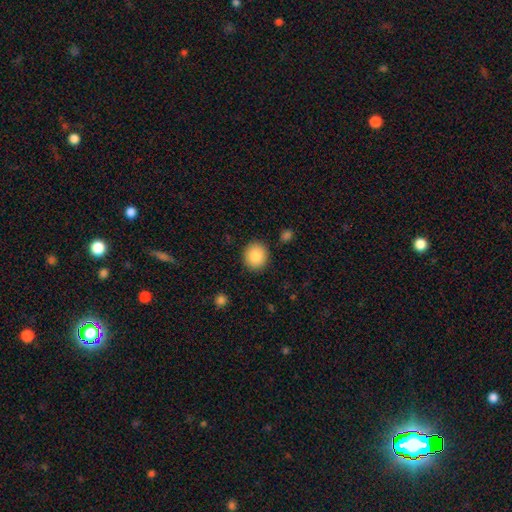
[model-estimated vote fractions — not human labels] Smooth or featured? Predicted: smooth (p=0.87). How rounded? Predicted: round (p=0.84). Merging? Predicted: none (p=0.90).